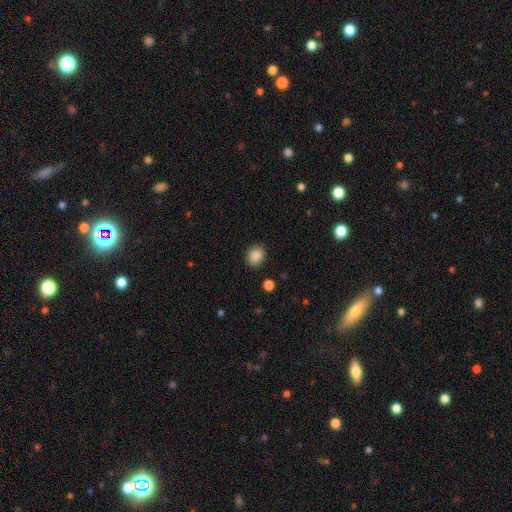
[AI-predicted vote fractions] Smooth or featured? smooth (88%)
How rounded? round (63%)
Merging? none (89%)